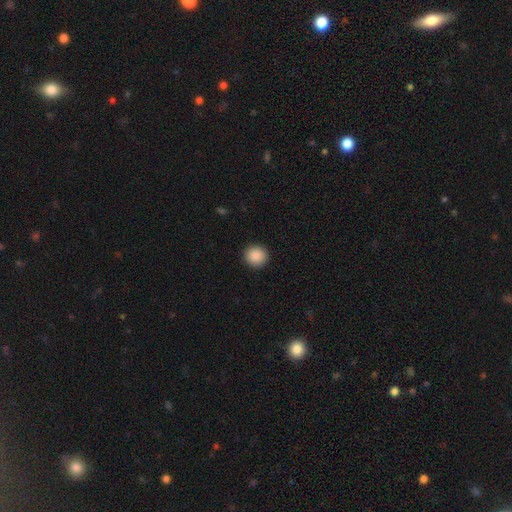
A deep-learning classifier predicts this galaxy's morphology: Overall: smooth (89%). How rounded: round (91%). Merging: none (92%).